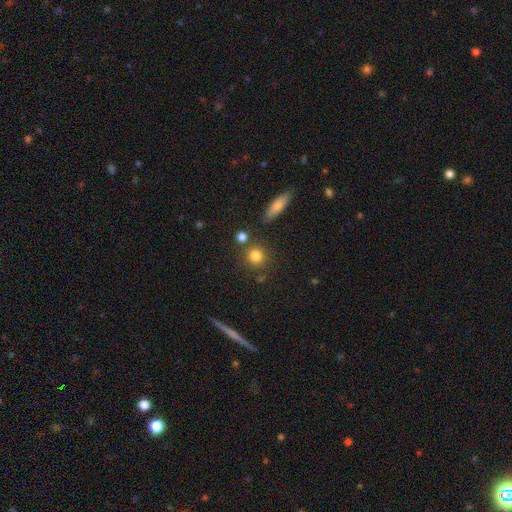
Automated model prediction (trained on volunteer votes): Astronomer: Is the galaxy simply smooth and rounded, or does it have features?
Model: smooth — 80%.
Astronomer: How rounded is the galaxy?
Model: round — 86%.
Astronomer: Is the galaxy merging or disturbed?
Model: none — 78%.